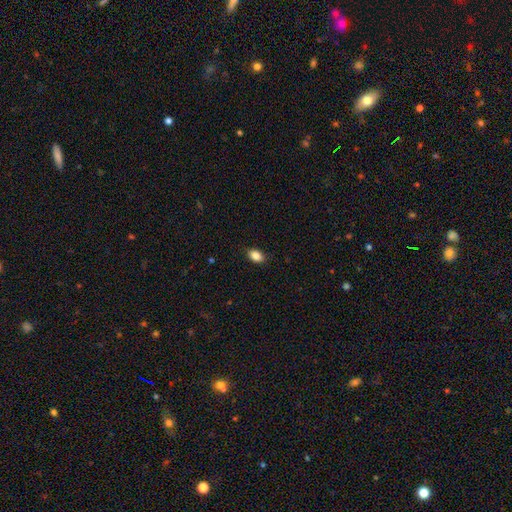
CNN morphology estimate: smooth 86%, star or artifact 8%, featured or disk 6%. Down the decision tree: how rounded — in between (86%); merging — none (87%).